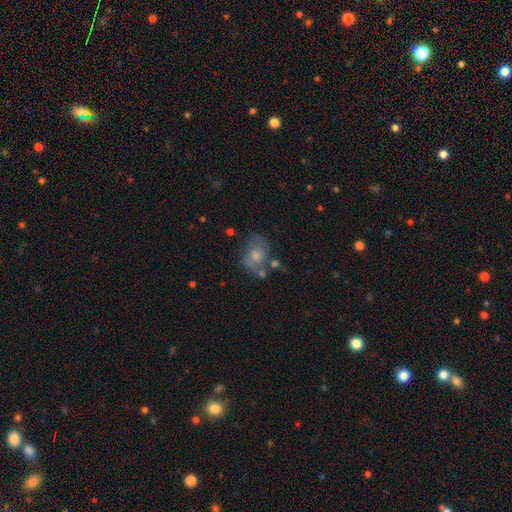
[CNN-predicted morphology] Smooth or featured?
  - smooth: 57% *
  - featured or disk: 34%
  - star or artifact: 9%
How rounded?
  - in between: 55% *
  - round: 43%
  - cigar-shaped: 1%
Merging?
  - none: 45% *
  - minor disturbance: 27%
  - major disturbance: 17%
  - merger: 11%